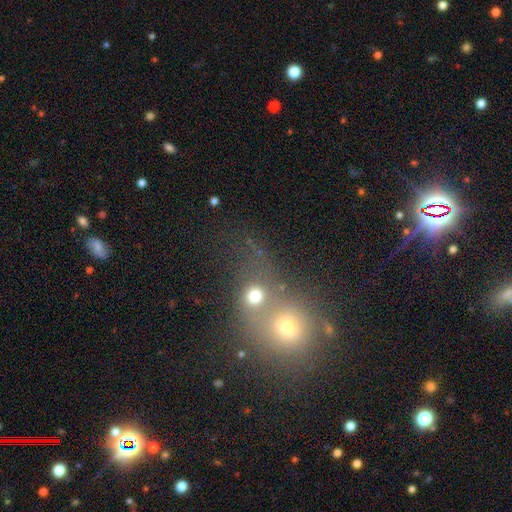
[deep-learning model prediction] smooth 58%, star or artifact 25%, featured or disk 17%. Down the decision tree: how rounded — round (74%); merging — merger (64%).